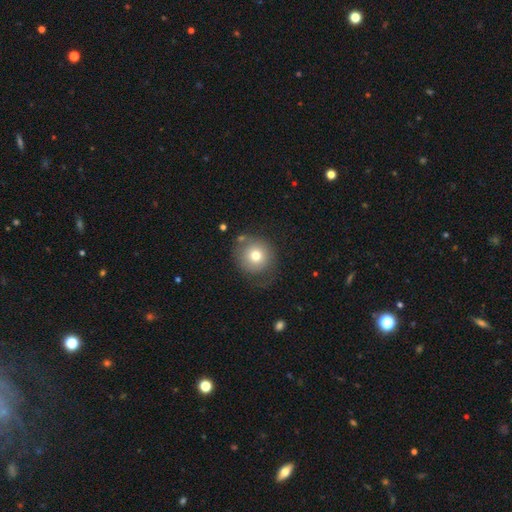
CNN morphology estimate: Smooth or featured: smooth — 72% (featured or disk — 18%)
How rounded: round — 90% (in between — 10%)
Merging: none — 60% (minor disturbance — 21%)